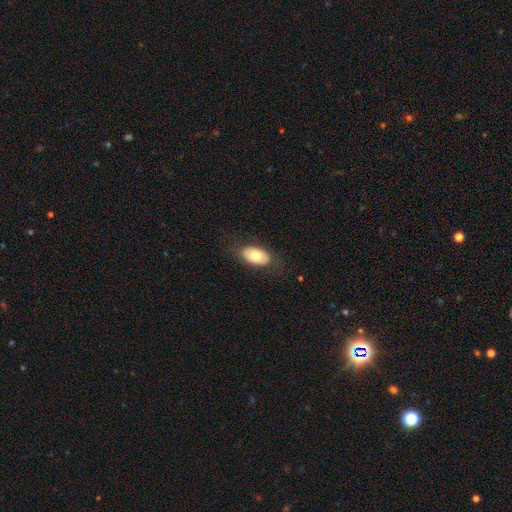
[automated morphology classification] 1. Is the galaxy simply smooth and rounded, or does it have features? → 70% smooth, 24% featured or disk, 7% star or artifact.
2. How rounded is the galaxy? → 93% in between, 5% round, 2% cigar-shaped.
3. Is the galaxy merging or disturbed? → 82% none, 13% minor disturbance, 4% major disturbance, 1% merger.